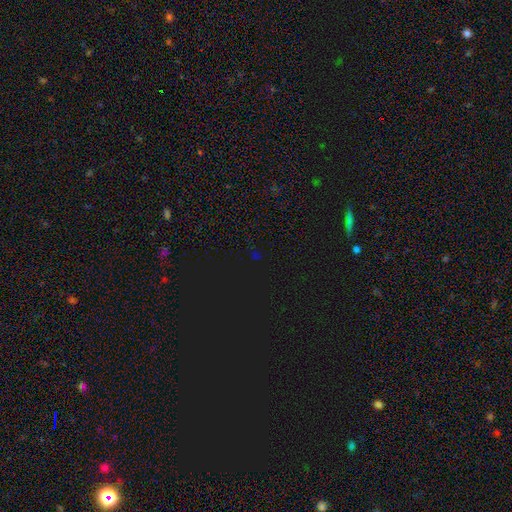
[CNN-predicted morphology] This appears to be a star or artifact, not a galaxy (74%).